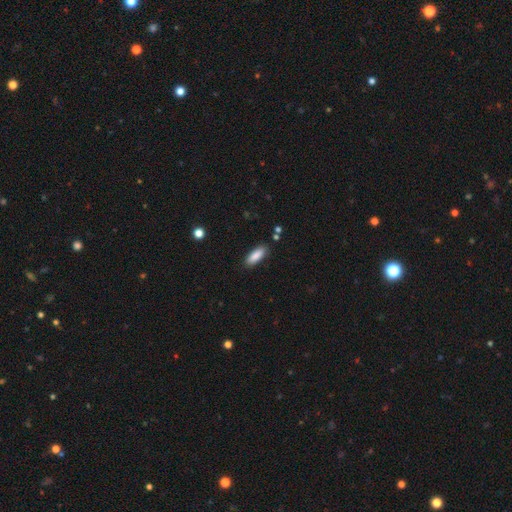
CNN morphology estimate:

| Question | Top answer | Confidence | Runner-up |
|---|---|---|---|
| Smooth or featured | smooth | 87% | star or artifact (7%) |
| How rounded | in between | 67% | cigar-shaped (31%) |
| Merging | none | 86% | minor disturbance (11%) |